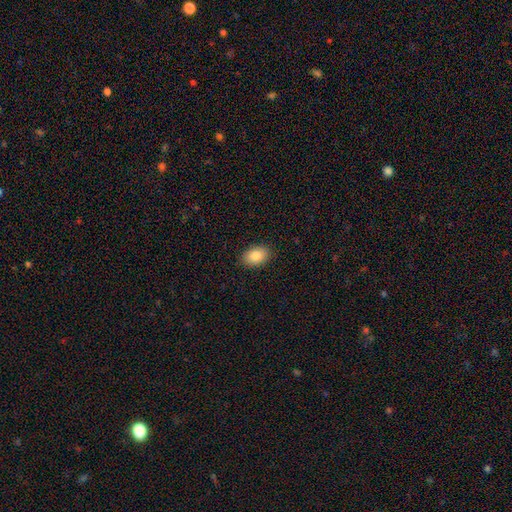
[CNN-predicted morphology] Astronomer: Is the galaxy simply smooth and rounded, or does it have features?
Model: smooth — 86%.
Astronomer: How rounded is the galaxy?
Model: in between — 87%.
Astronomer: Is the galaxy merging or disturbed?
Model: none — 89%.